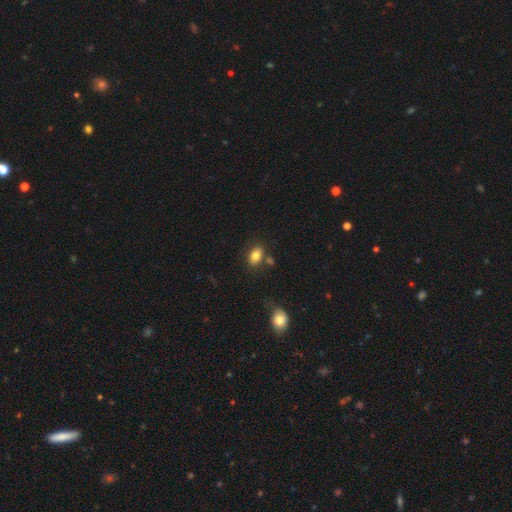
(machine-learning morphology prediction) Smooth or featured: smooth — 81% (featured or disk — 10%)
How rounded: in between — 83% (round — 16%)
Merging: none — 72% (minor disturbance — 14%)